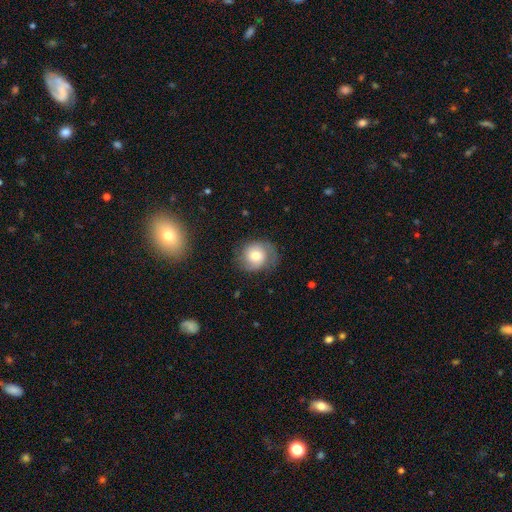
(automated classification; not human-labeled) smooth 52%, featured or disk 39%, star or artifact 8%. Down the decision tree: how rounded — round (77%); merging — none (67%).